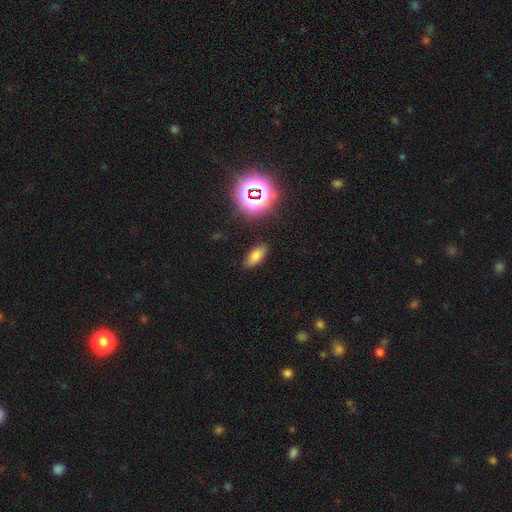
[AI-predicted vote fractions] Smooth or featured? Predicted: smooth (p=0.73). How rounded? Predicted: in between (p=0.85). Merging? Predicted: none (p=0.85).